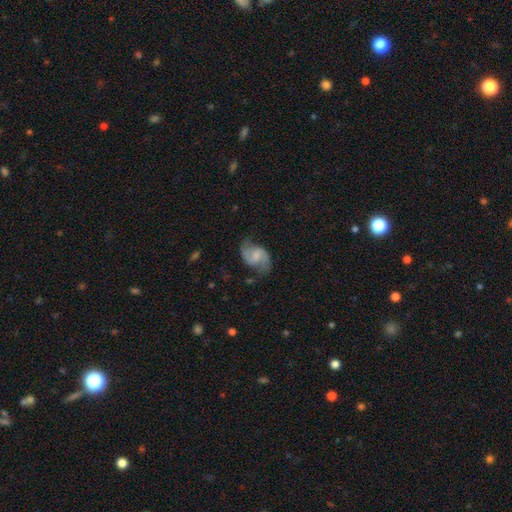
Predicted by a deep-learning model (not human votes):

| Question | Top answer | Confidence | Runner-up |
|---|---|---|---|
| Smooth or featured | featured or disk | 79% | smooth (15%) |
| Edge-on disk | no | 98% | yes (2%) |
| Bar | weak | 52% | no (34%) |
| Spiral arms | yes | 95% | no (5%) |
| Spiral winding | medium | 46% | loose (43%) |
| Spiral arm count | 2 | 92% | can't tell (3%) |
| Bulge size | none | 39% | small (28%) |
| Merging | none | 72% | minor disturbance (19%) |